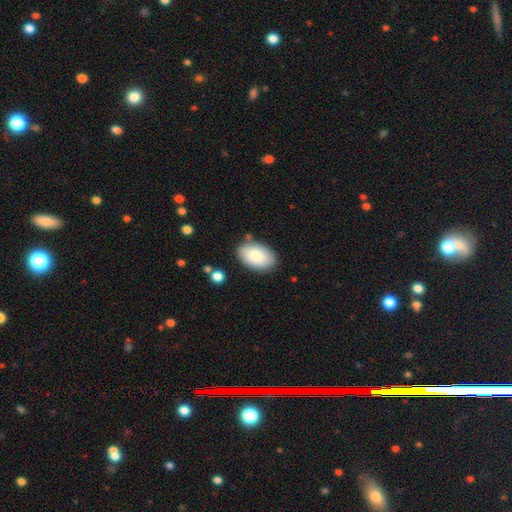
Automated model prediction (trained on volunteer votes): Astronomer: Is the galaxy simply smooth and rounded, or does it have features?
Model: smooth — 82%.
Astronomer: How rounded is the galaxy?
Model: in between — 93%.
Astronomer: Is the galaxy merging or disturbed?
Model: none — 83%.